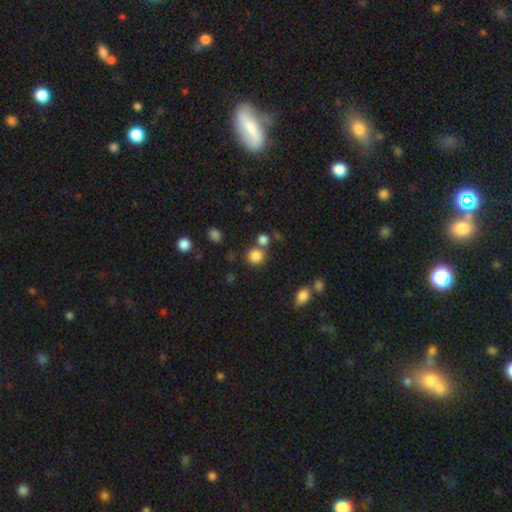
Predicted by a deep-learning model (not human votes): smooth 83%, star or artifact 12%, featured or disk 5%. Down the decision tree: how rounded — round (83%); merging — none (68%).